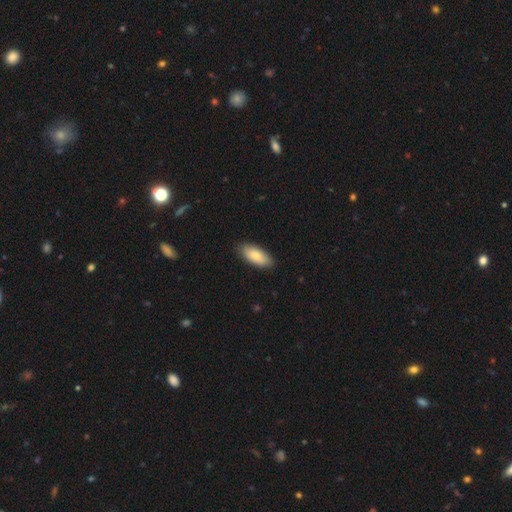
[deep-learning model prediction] Smooth or featured: smooth — 80% (featured or disk — 14%)
How rounded: in between — 87% (cigar-shaped — 11%)
Merging: none — 87% (minor disturbance — 11%)